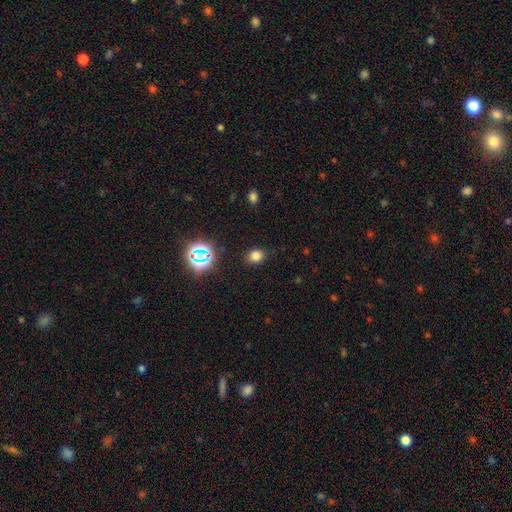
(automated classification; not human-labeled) Smooth or featured: smooth — 75% (star or artifact — 20%)
How rounded: round — 61% (in between — 38%)
Merging: none — 86% (minor disturbance — 9%)